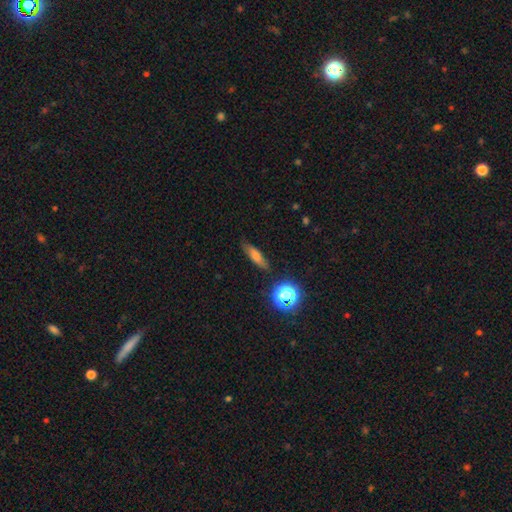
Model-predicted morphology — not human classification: smooth_or_featured: smooth (p=0.65) [alt: featured or disk p=0.21]
how_rounded: cigar-shaped (p=0.59) [alt: in between p=0.34]
merging: none (p=0.83) [alt: minor disturbance p=0.12]